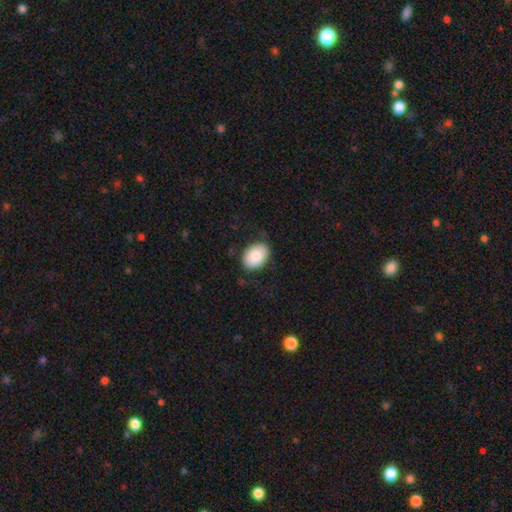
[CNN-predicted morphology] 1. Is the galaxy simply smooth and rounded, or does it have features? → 84% smooth, 10% featured or disk, 7% star or artifact.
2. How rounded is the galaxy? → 79% in between, 21% round, 1% cigar-shaped.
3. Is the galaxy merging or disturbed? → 79% none, 15% minor disturbance, 5% major disturbance, 1% merger.